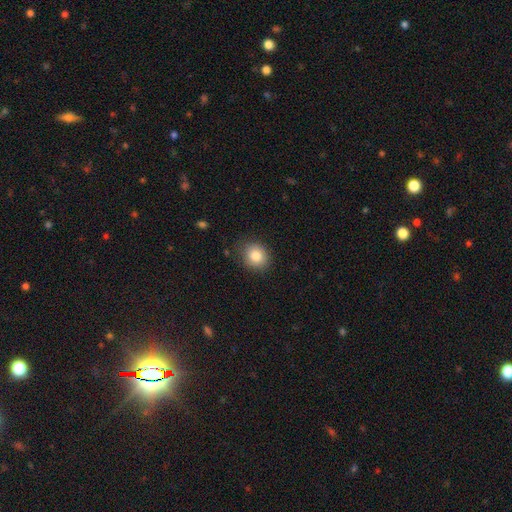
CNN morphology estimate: Q: Smooth or featured?
A: smooth (84%); runner-up: star or artifact (9%)
Q: How rounded?
A: round (67%); runner-up: in between (32%)
Q: Merging?
A: none (83%); runner-up: minor disturbance (13%)